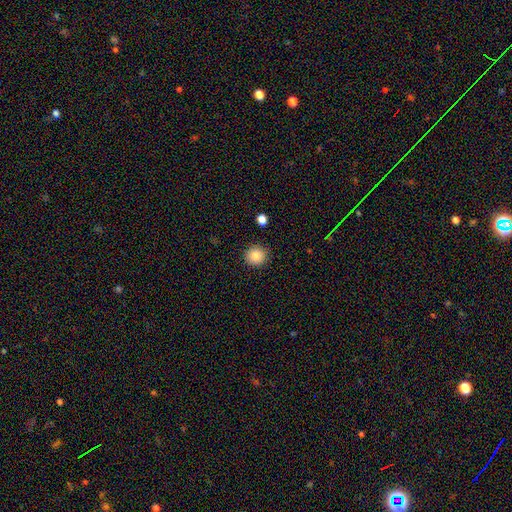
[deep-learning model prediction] Smooth or featured? Predicted: smooth (p=0.87). How rounded? Predicted: round (p=0.91). Merging? Predicted: none (p=0.90).